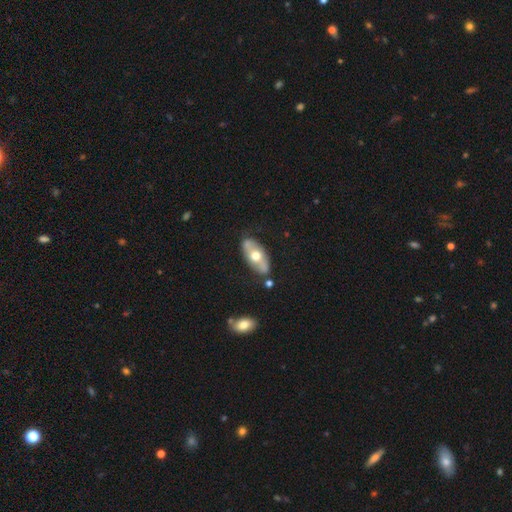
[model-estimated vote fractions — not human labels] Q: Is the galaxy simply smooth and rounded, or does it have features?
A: featured or disk — 48%.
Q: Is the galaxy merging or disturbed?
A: none — 73%.